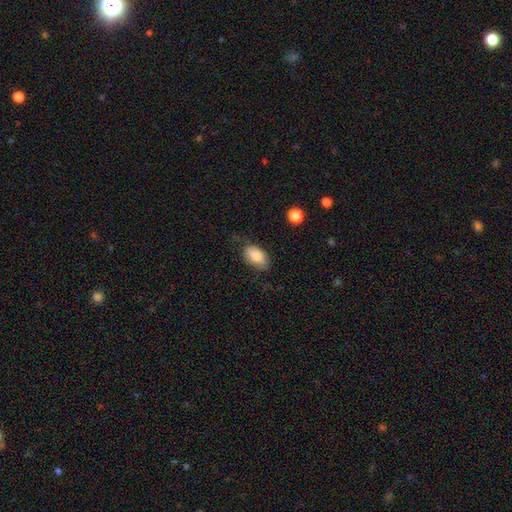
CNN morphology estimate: The model was most divided on "merging": none: 69%, minor disturbance: 23%, major disturbance: 6%, merger: 2%. More confident: how rounded — in between (92%); smooth or featured — smooth (82%).